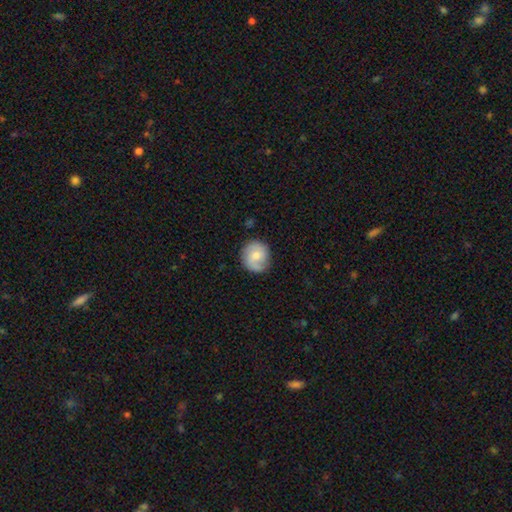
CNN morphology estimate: Overall: smooth (51%; featured or disk 42%). How rounded: round (86%). Merging: none (75%).